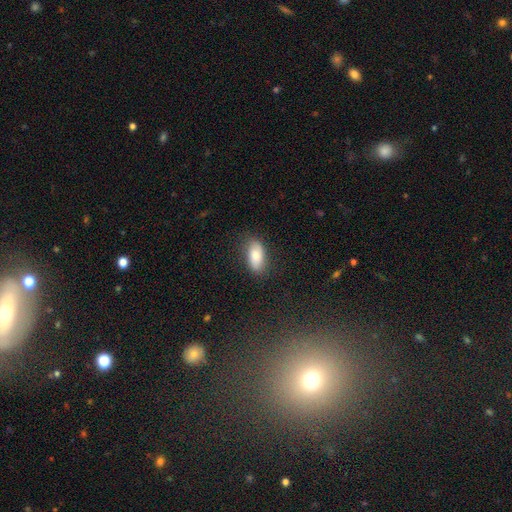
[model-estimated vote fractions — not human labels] Smooth or featured: smooth — 80% (featured or disk — 13%)
How rounded: in between — 90% (cigar-shaped — 7%)
Merging: none — 78% (minor disturbance — 16%)